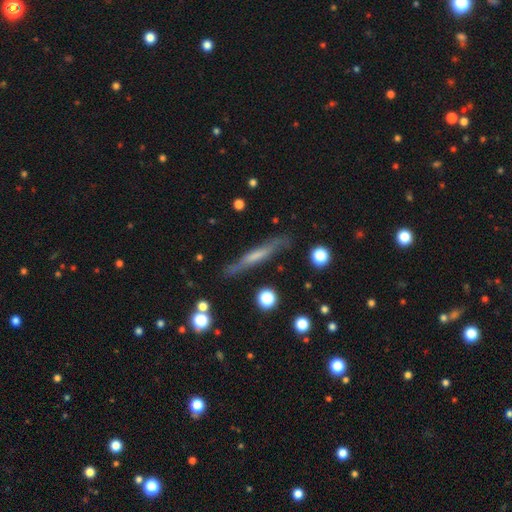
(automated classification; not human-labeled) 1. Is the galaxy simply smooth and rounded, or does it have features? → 49% featured or disk, 43% smooth, 8% star or artifact.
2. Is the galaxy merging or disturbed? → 83% none, 12% minor disturbance, 3% major disturbance, 2% merger.